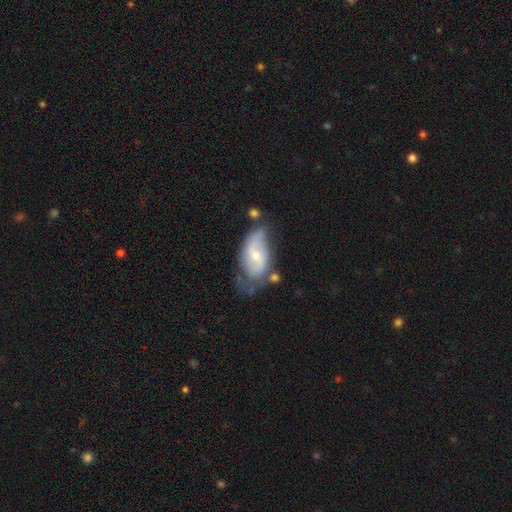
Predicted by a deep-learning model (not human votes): This appears to be a featured or disk galaxy (64%) with no bar (52%), spiral arms (76%) and a small central bulge (57%). Merging: none (43%).